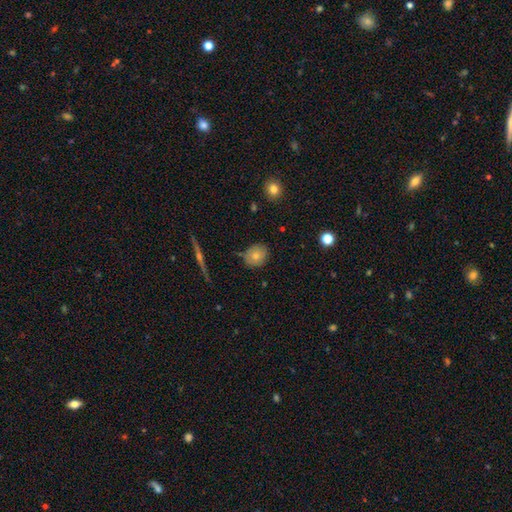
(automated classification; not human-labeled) Smooth or featured?
  - smooth: 72% *
  - featured or disk: 18%
  - star or artifact: 10%
How rounded?
  - round: 63% *
  - in between: 35%
  - cigar-shaped: 1%
Merging?
  - none: 82% *
  - minor disturbance: 13%
  - major disturbance: 2%
  - merger: 2%